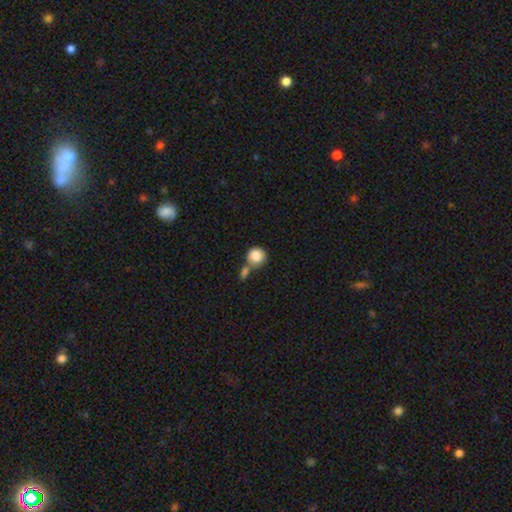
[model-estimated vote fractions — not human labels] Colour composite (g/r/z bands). It shows a smooth galaxy with no disk features (86%) that is round (88%). Merging: none (44%).